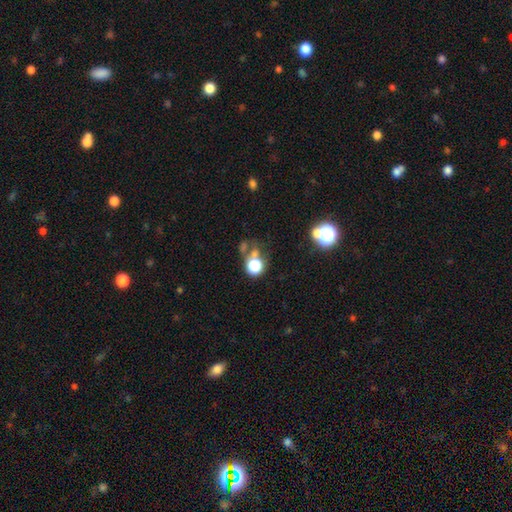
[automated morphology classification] smooth_or_featured: smooth (p=0.62) [alt: star or artifact p=0.25]
how_rounded: round (p=0.77) [alt: in between p=0.22]
merging: none (p=0.44) [alt: merger p=0.26]